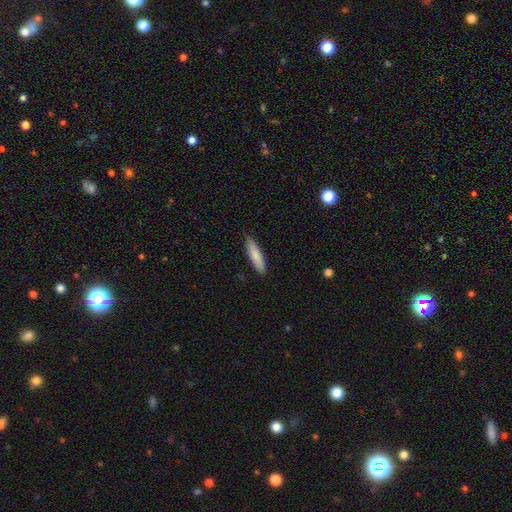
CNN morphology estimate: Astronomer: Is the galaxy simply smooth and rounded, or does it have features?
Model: smooth — 81%.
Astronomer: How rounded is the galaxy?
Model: cigar-shaped — 78%.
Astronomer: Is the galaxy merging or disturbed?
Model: none — 89%.